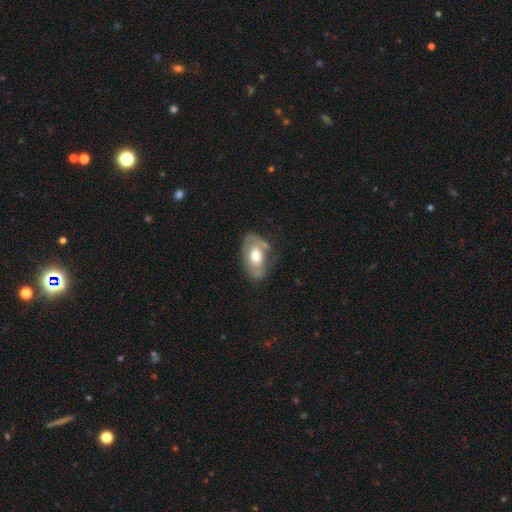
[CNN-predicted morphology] Smooth or featured: featured or disk — 48% (smooth — 47%)
Merging: none — 56% (minor disturbance — 28%)